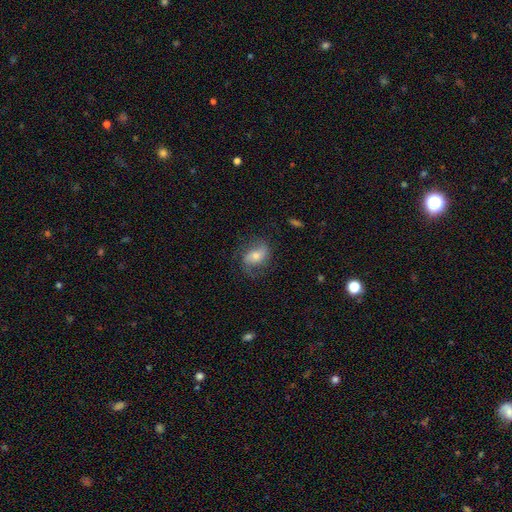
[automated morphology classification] smooth_or_featured: featured or disk (p=0.64) [alt: smooth p=0.26]
disk_edge_on: no (p=0.96) [alt: yes p=0.04]
bar: no (p=0.47) [alt: weak p=0.35]
has_spiral_arms: yes (p=0.89) [alt: no p=0.11]
spiral_winding: loose (p=0.44) [alt: medium p=0.39]
spiral_arm_count: 2 (p=0.83) [alt: can't tell p=0.08]
bulge_size: moderate (p=0.52) [alt: small p=0.39]
merging: none (p=0.71) [alt: minor disturbance p=0.18]